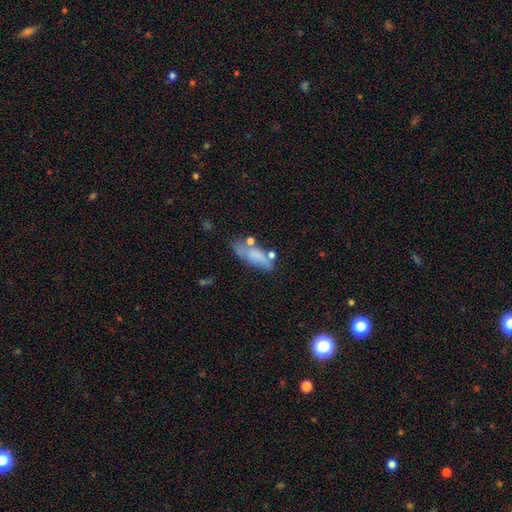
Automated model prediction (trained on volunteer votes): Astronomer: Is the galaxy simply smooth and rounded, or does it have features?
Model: smooth — 66%.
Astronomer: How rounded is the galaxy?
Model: in between — 72%.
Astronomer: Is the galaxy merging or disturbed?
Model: none — 40% (runner-up: minor disturbance, 25%).